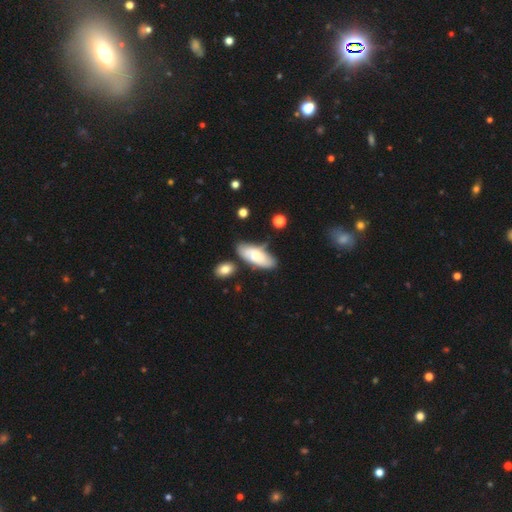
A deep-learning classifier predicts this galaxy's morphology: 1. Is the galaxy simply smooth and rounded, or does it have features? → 69% smooth, 25% featured or disk, 6% star or artifact.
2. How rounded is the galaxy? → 80% in between, 18% cigar-shaped, 2% round.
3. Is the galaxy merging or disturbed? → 62% none, 23% minor disturbance, 9% merger, 6% major disturbance.